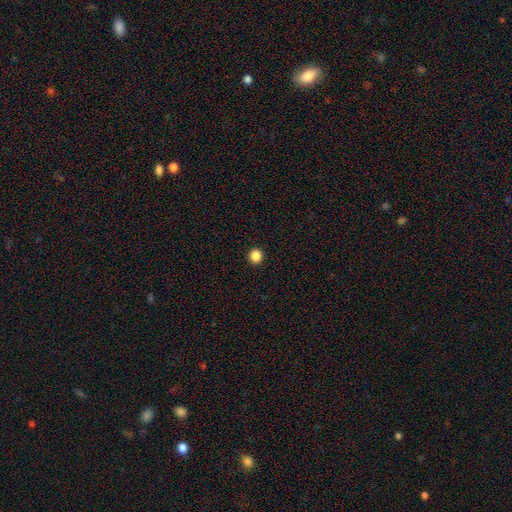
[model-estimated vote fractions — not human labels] The model was most divided on "smooth or featured": smooth: 86%, star or artifact: 11%, featured or disk: 3%. More confident: merging — none (93%); how rounded — round (89%).